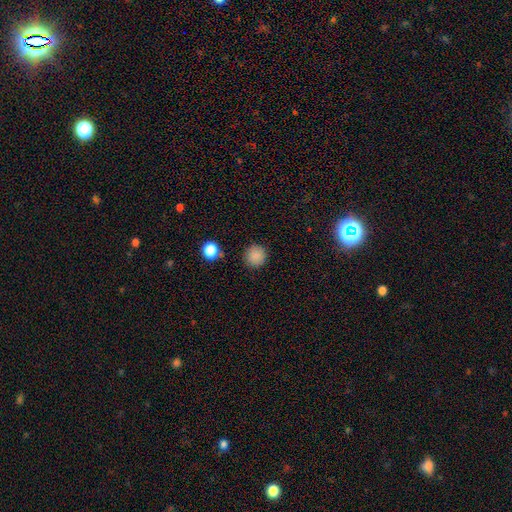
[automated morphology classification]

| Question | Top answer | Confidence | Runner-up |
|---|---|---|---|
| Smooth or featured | smooth | 85% | star or artifact (11%) |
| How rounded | round | 94% | in between (5%) |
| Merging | none | 88% | minor disturbance (7%) |